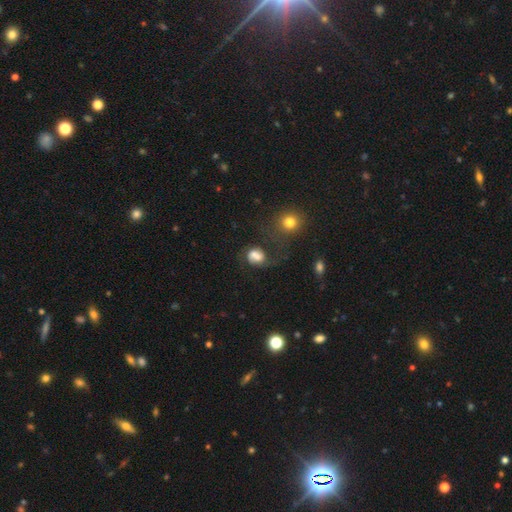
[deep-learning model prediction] This is possibly a smooth galaxy (59%). How rounded: possibly round (52%). Merging: marginally none (32%).